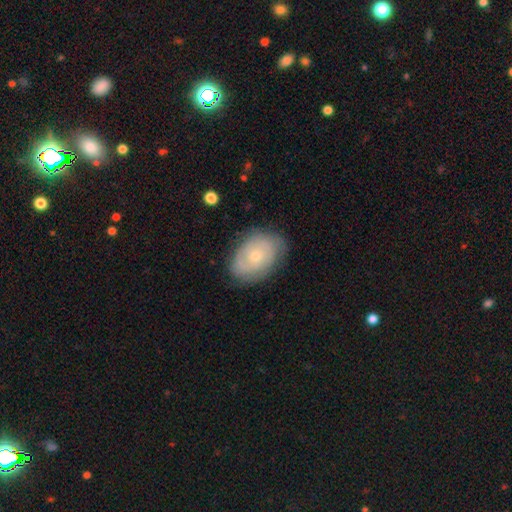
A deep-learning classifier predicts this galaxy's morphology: smooth-or-featured: featured or disk: 59% | smooth: 34% | star or artifact: 7%
  disk-edge-on: no: 95% | yes: 5%
    bar: no: 82% | weak: 15% | strong: 2%
    has-spiral-arms: yes: 75% | no: 25%
    bulge-size: small: 63% | moderate: 34% | large: 1% | none: 1% | dominant: 1%
  merging: none: 76% | minor disturbance: 18% | major disturbance: 5% | merger: 1%